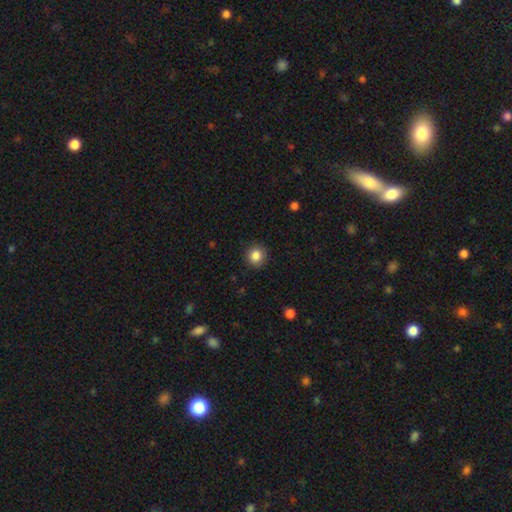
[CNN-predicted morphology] smooth-or-featured: smooth: 86% | star or artifact: 10% | featured or disk: 5%
  how-rounded: round: 92% | in between: 7% | cigar-shaped: 1%
  merging: none: 91% | minor disturbance: 7% | major disturbance: 2% | merger: 1%